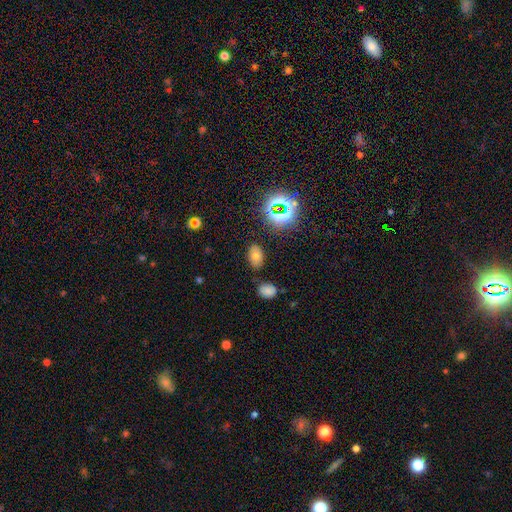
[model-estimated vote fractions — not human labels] A smooth galaxy with no disk features (59%) that is in between round and cigar-shaped (84%). Merging: none (81%).